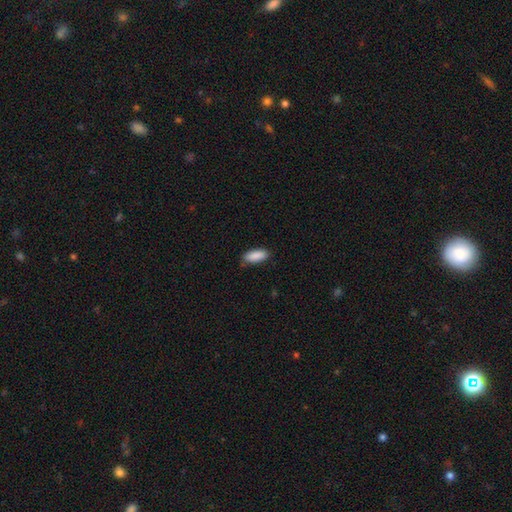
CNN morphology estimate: smooth 90%, star or artifact 6%, featured or disk 4%. Down the decision tree: how rounded — in between (81%); merging — none (82%).